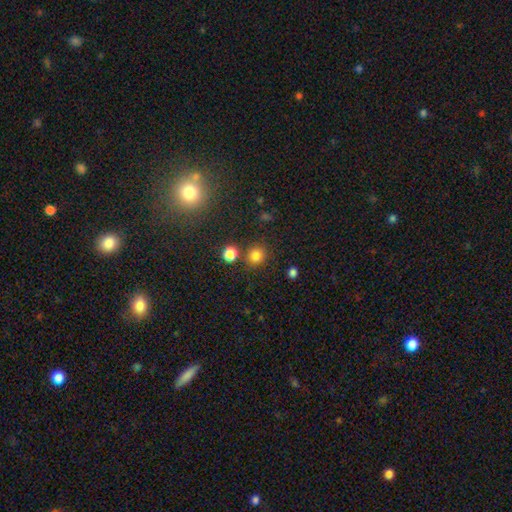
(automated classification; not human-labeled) Overall: smooth (80%). How rounded: round (86%). Merging: none (78%).